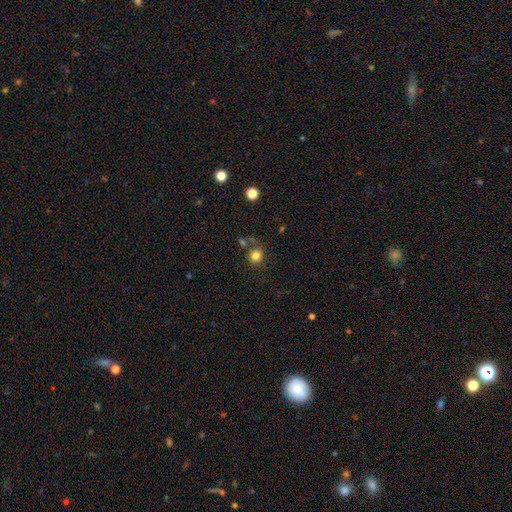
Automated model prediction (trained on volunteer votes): Morphology: type=smooth (81%); roundness=round (91%); merging=none (74%).